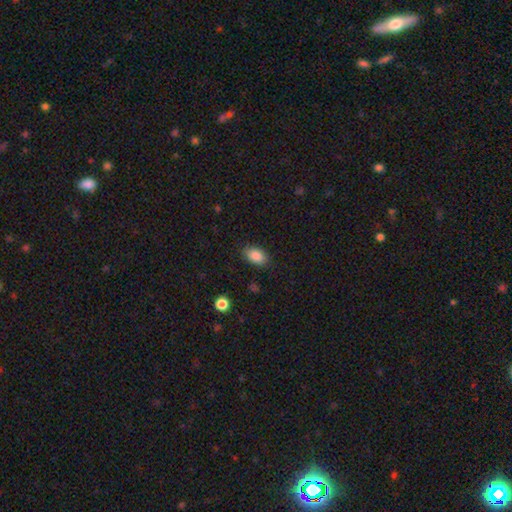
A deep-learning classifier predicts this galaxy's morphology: Q: Smooth or featured?
A: smooth (87%); runner-up: star or artifact (8%)
Q: How rounded?
A: in between (90%); runner-up: round (9%)
Q: Merging?
A: none (86%); runner-up: minor disturbance (11%)